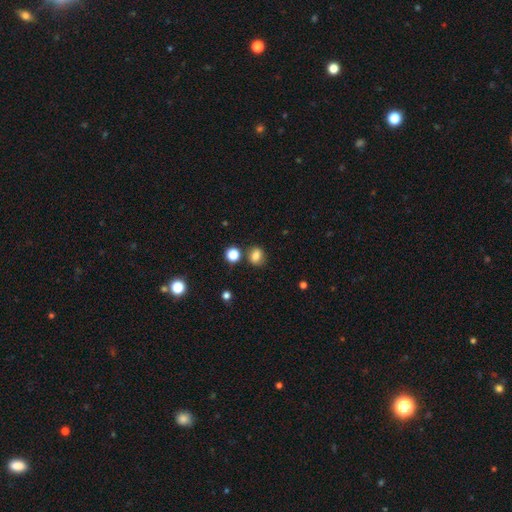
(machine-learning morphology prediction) Overall: smooth (80%). How rounded: round (56%; in between 43%). Merging: none (75%).